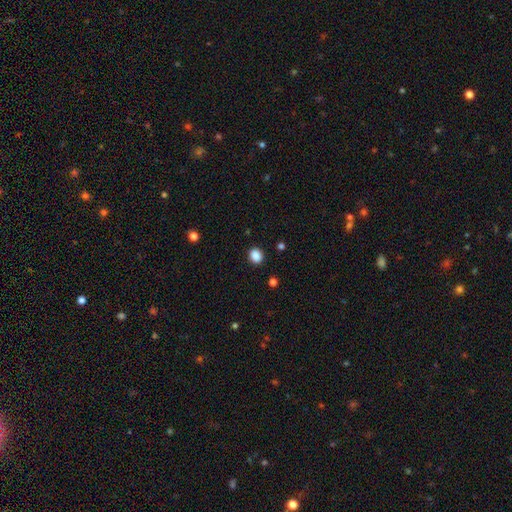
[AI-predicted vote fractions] This appears to be a smooth galaxy with no disk features (87%) that is round (54%). Merging: none (88%).